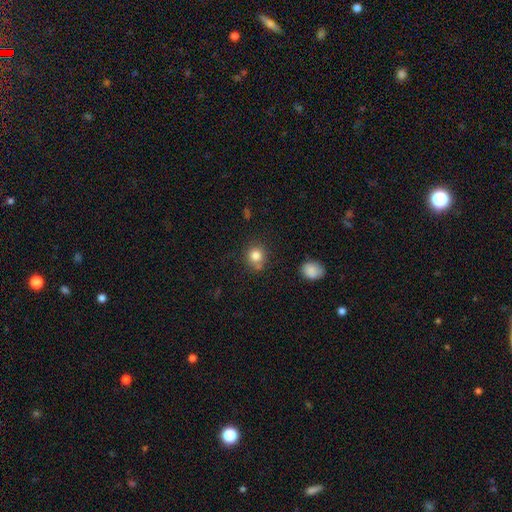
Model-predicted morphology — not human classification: A smooth galaxy with no disk features (82%) that is round (85%). Merging: none (72%).